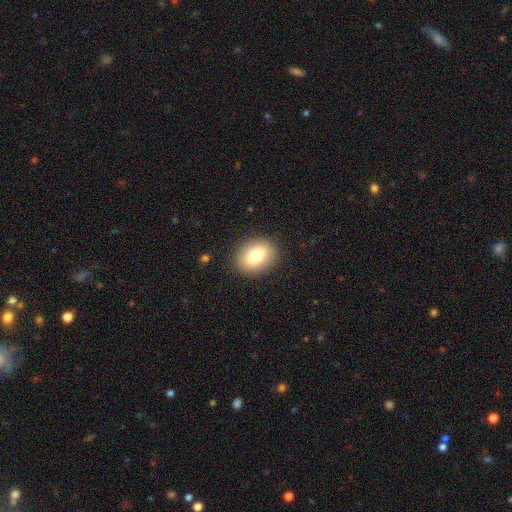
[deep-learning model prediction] Smooth or featured? Predicted: smooth (p=0.79). How rounded? Predicted: in between (p=0.67). Merging? Predicted: none (p=0.88).